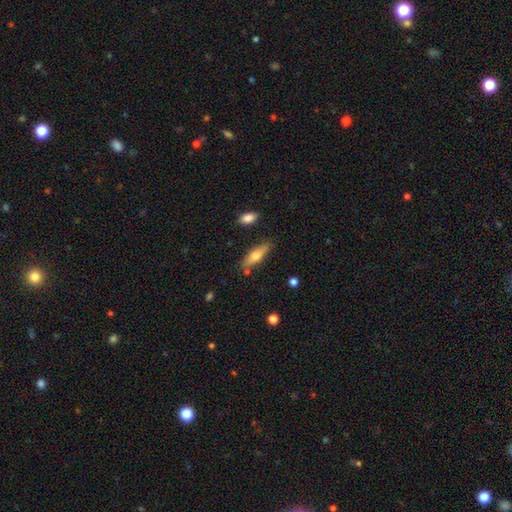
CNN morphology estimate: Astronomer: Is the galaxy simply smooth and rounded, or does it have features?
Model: smooth — 64%.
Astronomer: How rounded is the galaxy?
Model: cigar-shaped — 54% (runner-up: in between, 44%).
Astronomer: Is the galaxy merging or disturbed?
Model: none — 79%.